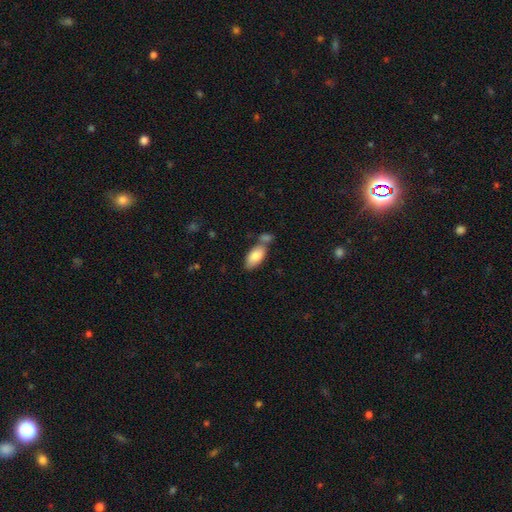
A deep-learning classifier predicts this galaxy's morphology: smooth_or_featured: smooth (p=0.82) [alt: featured or disk p=0.12]
how_rounded: in between (p=0.92) [alt: cigar-shaped p=0.05]
merging: none (p=0.50) [alt: merger p=0.33]